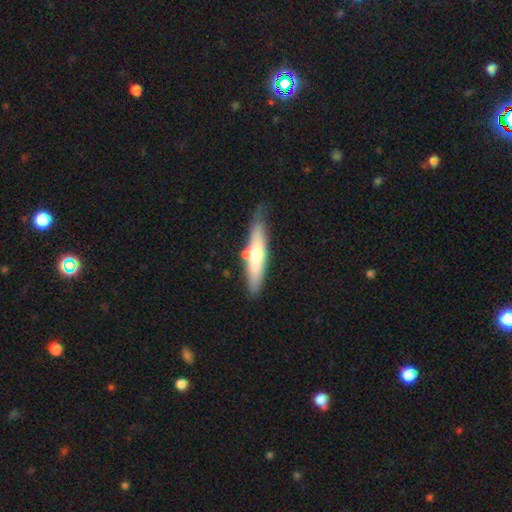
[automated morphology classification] This is possibly a smooth galaxy (56%). How rounded: clearly cigar-shaped (81%). Merging: likely none (65%).